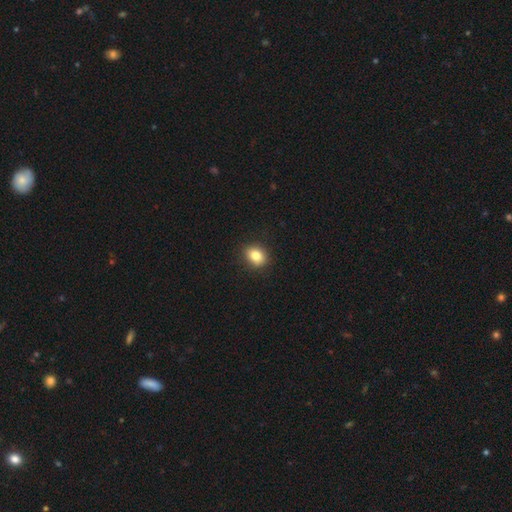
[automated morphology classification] smooth-or-featured: smooth: 83% | star or artifact: 10% | featured or disk: 7%
  how-rounded: in between: 52% | round: 47% | cigar-shaped: 1%
  merging: none: 89% | minor disturbance: 8% | major disturbance: 2% | merger: 1%